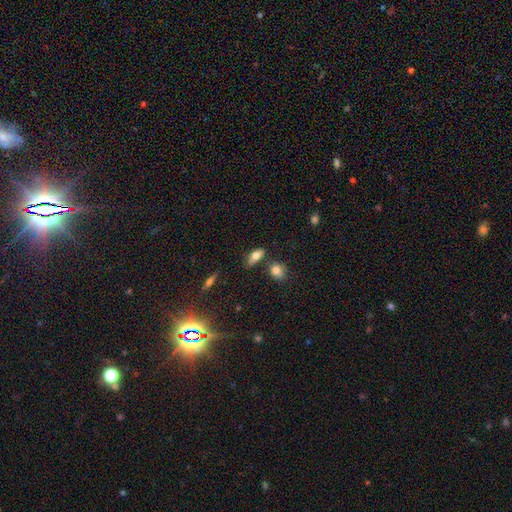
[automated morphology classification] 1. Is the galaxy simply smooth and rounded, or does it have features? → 71% smooth, 21% featured or disk, 9% star or artifact.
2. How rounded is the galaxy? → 76% in between, 18% cigar-shaped, 6% round.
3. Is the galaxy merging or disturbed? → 66% none, 16% minor disturbance, 13% merger, 5% major disturbance.